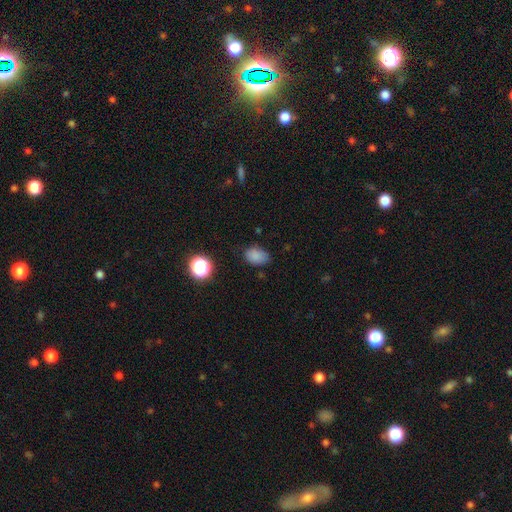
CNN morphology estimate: smooth_or_featured: smooth (p=0.82) [alt: star or artifact p=0.13]
how_rounded: in between (p=0.79) [alt: round p=0.20]
merging: none (p=0.74) [alt: minor disturbance p=0.20]